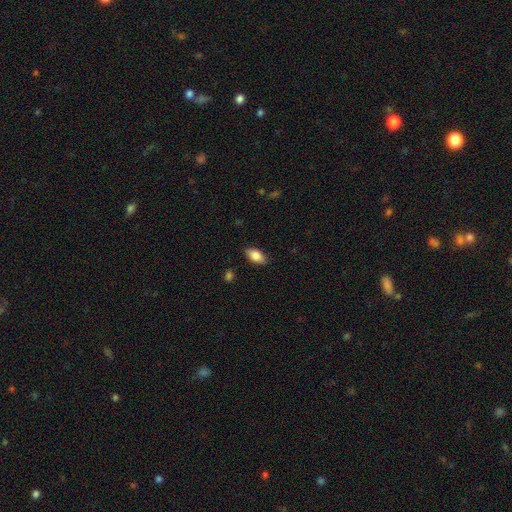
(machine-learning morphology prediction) Smooth or featured?
  - smooth: 84% *
  - featured or disk: 9%
  - star or artifact: 7%
How rounded?
  - in between: 91% *
  - cigar-shaped: 5%
  - round: 4%
Merging?
  - none: 85% *
  - minor disturbance: 11%
  - major disturbance: 2%
  - merger: 1%